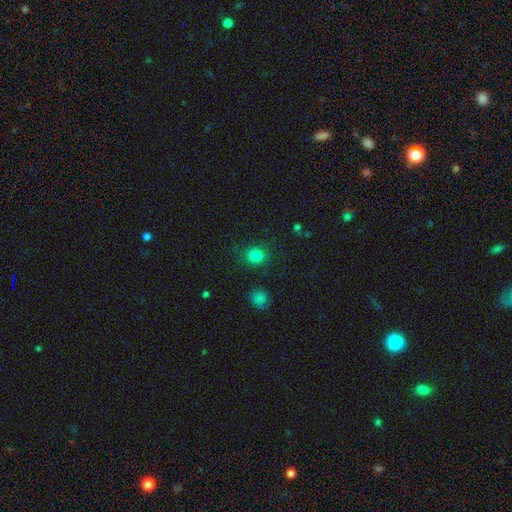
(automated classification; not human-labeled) A smooth galaxy with no disk features (83%) that is round (80%).

Vote fractions:
- Smooth or featured? smooth: 83% / star or artifact: 12% / featured or disk: 5%
- How rounded? round: 80% / in between: 19% / cigar-shaped: 1%
- Merging? none: 87% / minor disturbance: 8% / major disturbance: 3% / merger: 2%